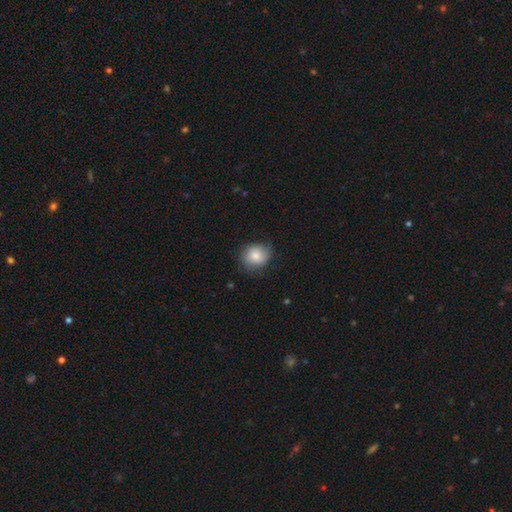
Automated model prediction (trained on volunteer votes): Smooth or featured?
  - smooth: 79% *
  - featured or disk: 14%
  - star or artifact: 7%
How rounded?
  - round: 73% *
  - in between: 27%
  - cigar-shaped: 1%
Merging?
  - none: 72% *
  - minor disturbance: 22%
  - major disturbance: 5%
  - merger: 1%